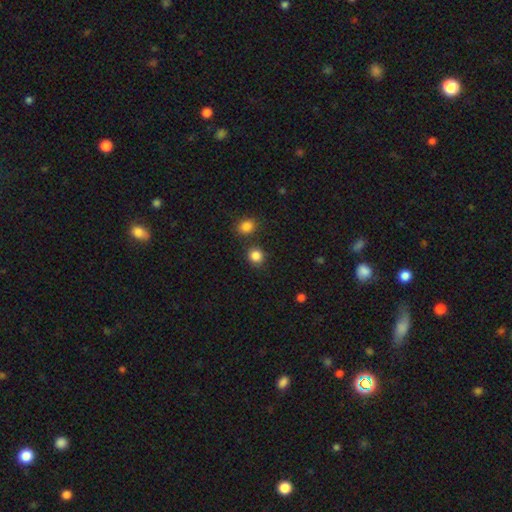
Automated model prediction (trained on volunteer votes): This is clearly a smooth galaxy (85%). How rounded: clearly round (85%). Merging: clearly none (81%).